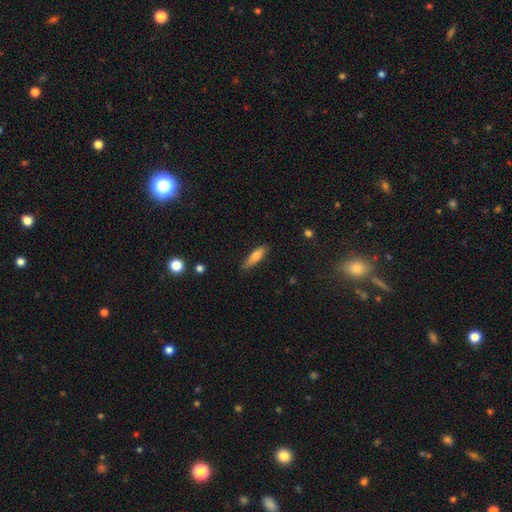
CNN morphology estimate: Overall: smooth (72%). How rounded: cigar-shaped (65%; in between 33%). Merging: none (80%).